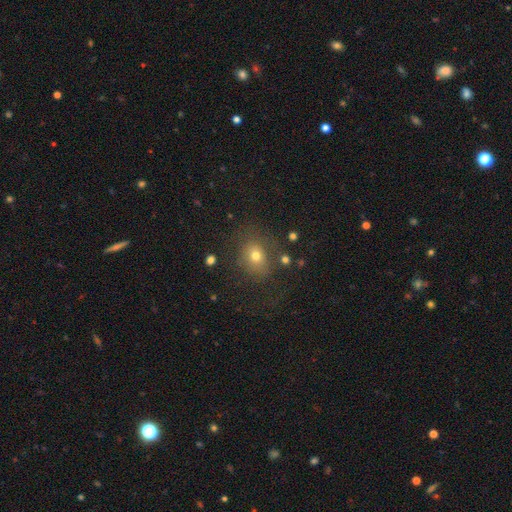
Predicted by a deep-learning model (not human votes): This appears to be a smooth galaxy with no disk features (68%) that is round (58%). Merging: none (69%).